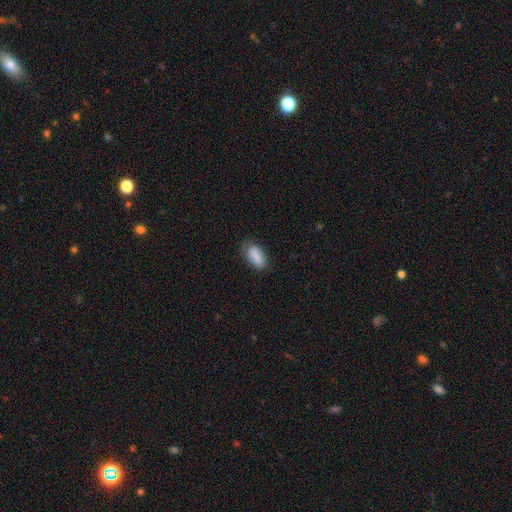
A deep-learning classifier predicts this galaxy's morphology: Overall: smooth (87%). How rounded: in between (88%). Merging: none (74%).